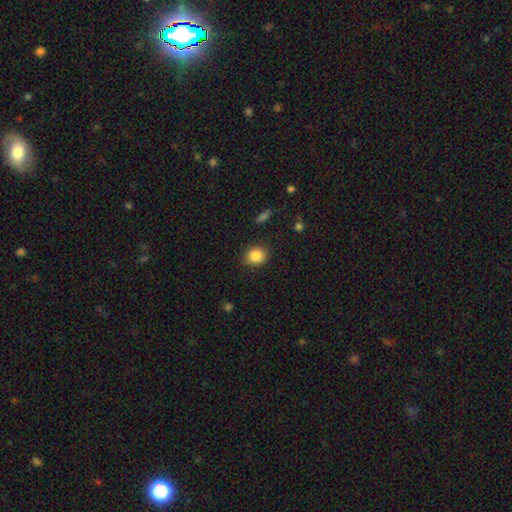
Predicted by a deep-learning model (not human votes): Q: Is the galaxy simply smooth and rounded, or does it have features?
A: smooth — 86%.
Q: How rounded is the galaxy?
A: round — 74%.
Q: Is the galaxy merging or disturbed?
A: none — 85%.